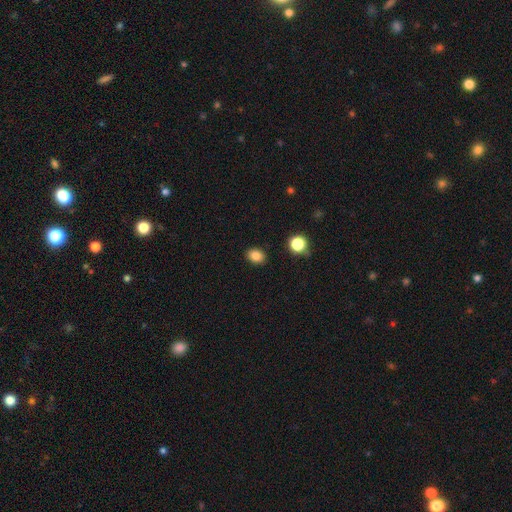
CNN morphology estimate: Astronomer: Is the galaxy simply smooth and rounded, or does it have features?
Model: smooth — 84%.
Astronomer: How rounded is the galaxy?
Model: in between — 56% (runner-up: round, 43%).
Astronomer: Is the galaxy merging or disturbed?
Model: none — 88%.